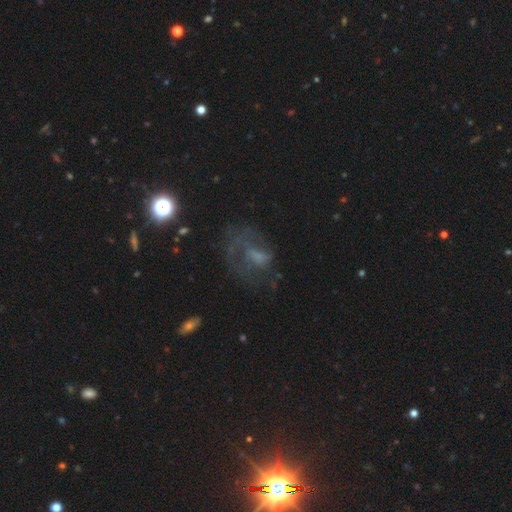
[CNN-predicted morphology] Smooth or featured?
  - featured or disk: 53% *
  - smooth: 27%
  - star or artifact: 20%
Edge-on disk?
  - no: 95% *
  - yes: 5%
Bar?
  - no: 59% *
  - weak: 32%
  - strong: 9%
Spiral arms?
  - no: 50% * (tied)
  - yes: 50% * (tied)
Bulge size?
  - none: 37% *
  - small: 28%
  - moderate: 26%
  - large: 7%
  - dominant: 2%
Merging?
  - none: 44% *
  - major disturbance: 35%
  - minor disturbance: 19%
  - merger: 3%